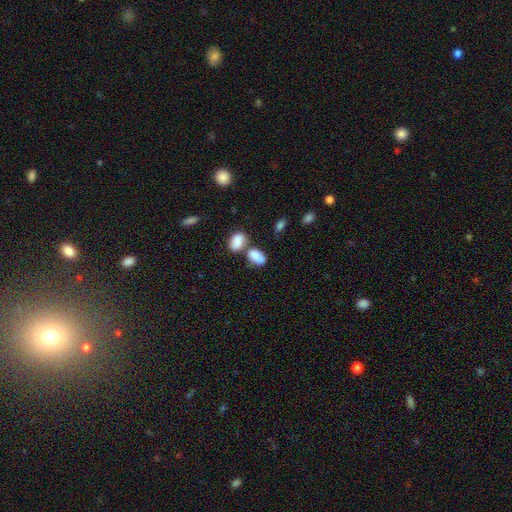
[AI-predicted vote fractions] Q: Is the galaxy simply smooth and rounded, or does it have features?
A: smooth — 79%.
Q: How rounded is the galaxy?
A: in between — 86%.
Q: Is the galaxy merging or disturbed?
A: merger — 41%.